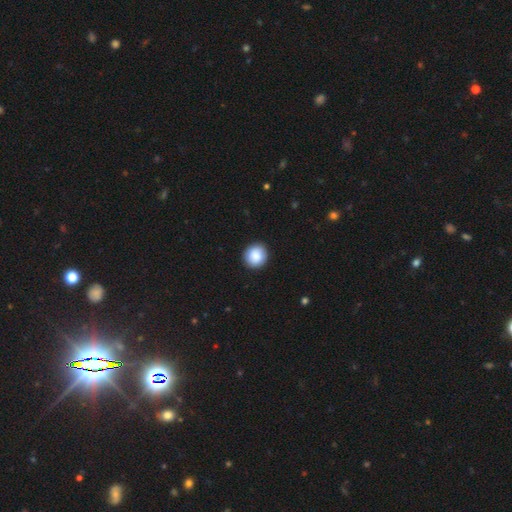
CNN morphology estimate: This appears to be a smooth galaxy with no disk features (89%) that is round (91%). Merging: none (92%).